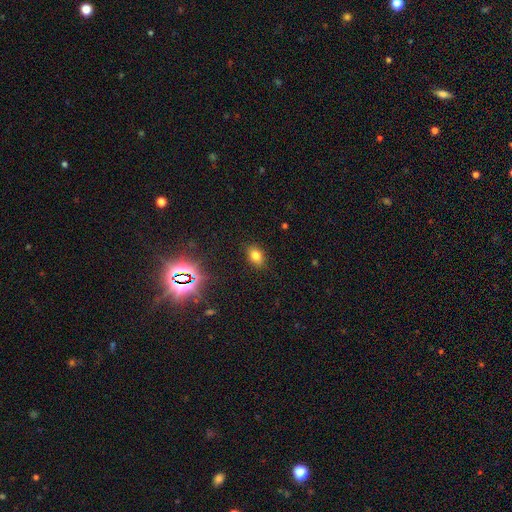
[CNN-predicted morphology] Overall: smooth (75%). How rounded: in between (78%). Merging: none (85%).